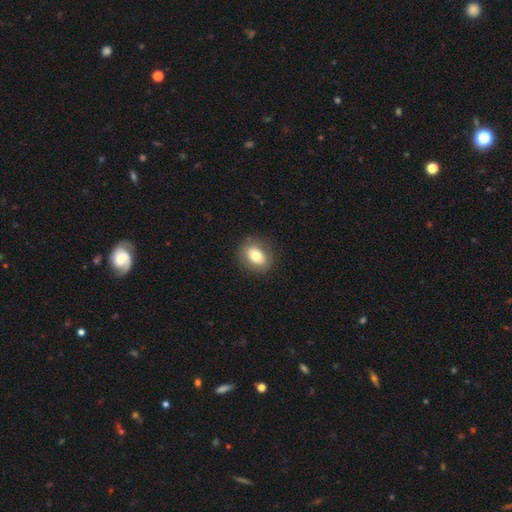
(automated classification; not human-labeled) smooth 74%, featured or disk 18%, star or artifact 8%. Down the decision tree: how rounded — in between (59%); merging — none (86%).